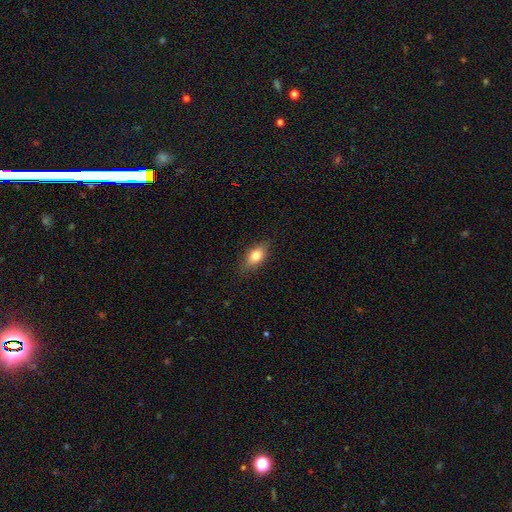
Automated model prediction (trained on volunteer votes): Smooth or featured? smooth (80%)
How rounded? in between (85%)
Merging? none (82%)